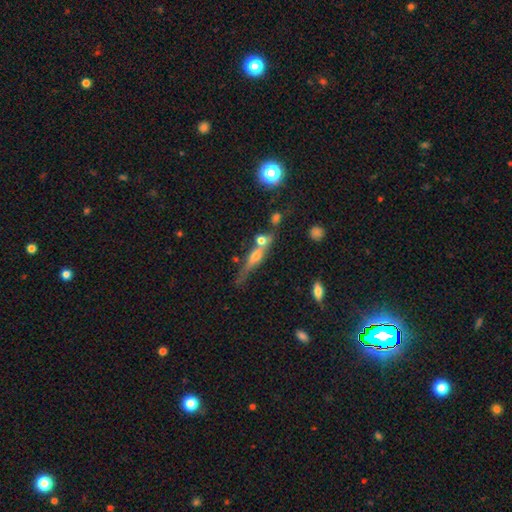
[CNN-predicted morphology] A featured or disk galaxy (55%) viewed edge-on (83%). Merging: none (48%).